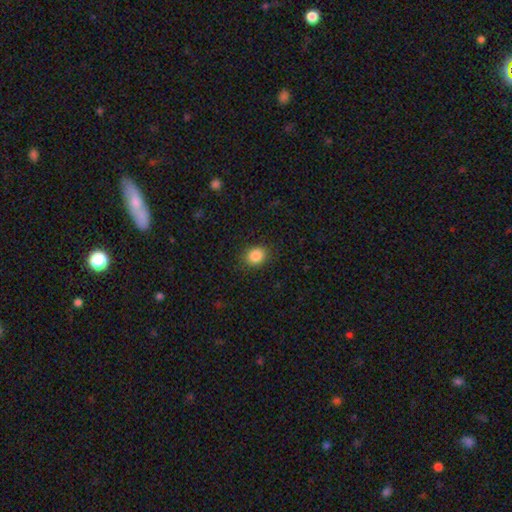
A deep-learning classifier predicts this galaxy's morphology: smooth_or_featured: smooth (p=0.87) [alt: star or artifact p=0.09]
how_rounded: round (p=0.61) [alt: in between p=0.38]
merging: none (p=0.88) [alt: minor disturbance p=0.09]